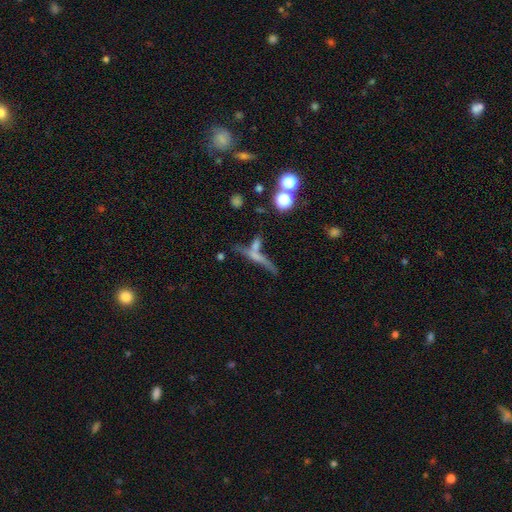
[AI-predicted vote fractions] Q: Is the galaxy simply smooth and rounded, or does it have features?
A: featured or disk — 43%, tied with smooth.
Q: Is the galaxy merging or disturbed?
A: none — 45%.